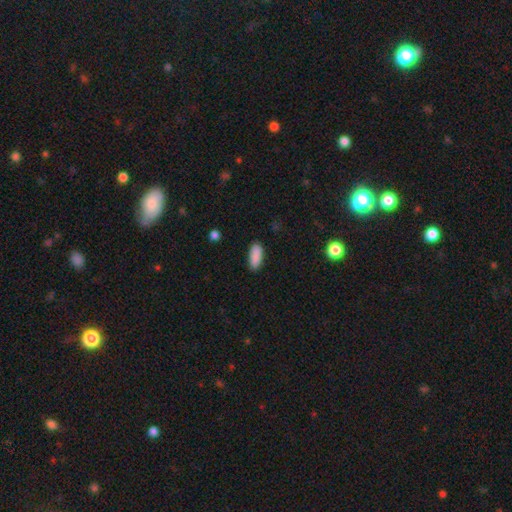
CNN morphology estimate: Smooth or featured? smooth (90%)
How rounded? in between (84%)
Merging? none (86%)